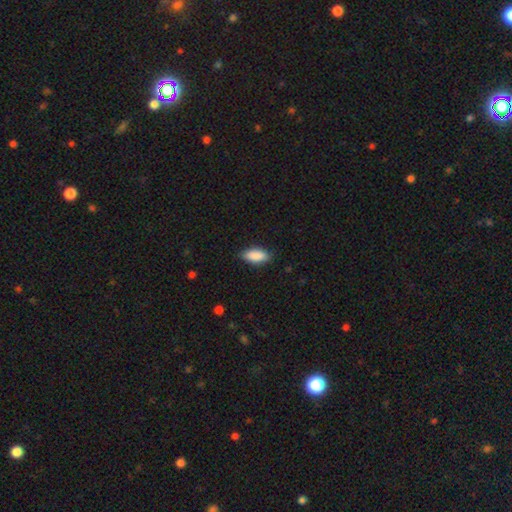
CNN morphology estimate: Smooth or featured? Predicted: smooth (p=0.89). How rounded? Predicted: in between (p=0.87). Merging? Predicted: none (p=0.85).